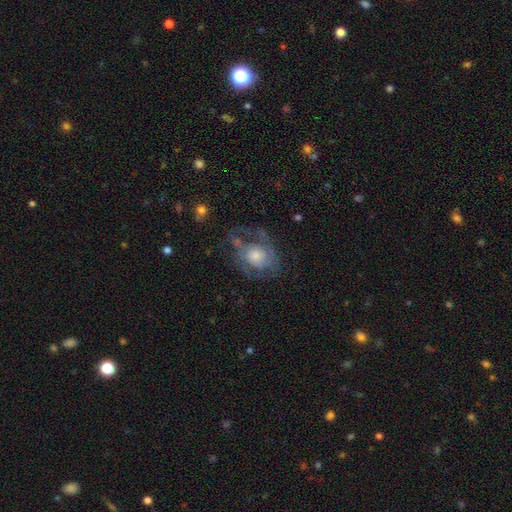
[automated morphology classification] A featured or disk galaxy (68%) with no bar (75%), medium (42%) spiral arms (77%) and a moderate central bulge (47%).

Vote fractions:
- Smooth or featured? featured or disk: 68% / smooth: 23% / star or artifact: 9%
- Edge-on disk? no: 97% / yes: 3%
- Bar? no: 75% / weak: 21% / strong: 4%
- Spiral arms? yes: 77% / no: 23%
- Spiral winding? medium: 42% / tight: 39% / loose: 20%
- Spiral arm count? can't tell: 38% / 2: 34% / 3: 12% / 1: 8% / 4: 4% / more than 4: 3%
- Bulge size? moderate: 47% / small: 31% / large: 16% / none: 5% / dominant: 2%
- Merging? none: 50% / major disturbance: 26% / minor disturbance: 21% / merger: 3%